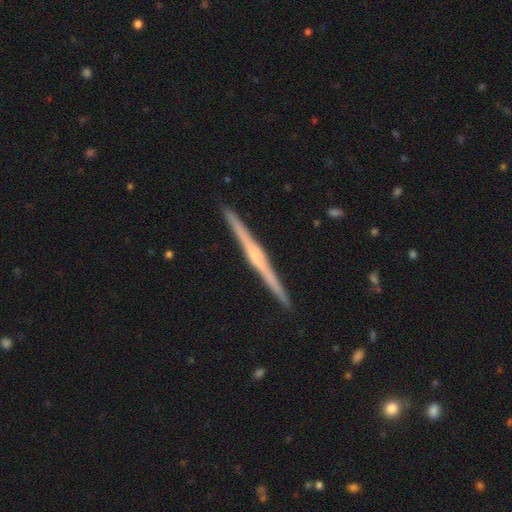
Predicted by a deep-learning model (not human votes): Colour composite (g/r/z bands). It shows a featured or disk galaxy (81%) viewed edge-on (99%) with a rounded central bulge (63%). Merging: none (93%).